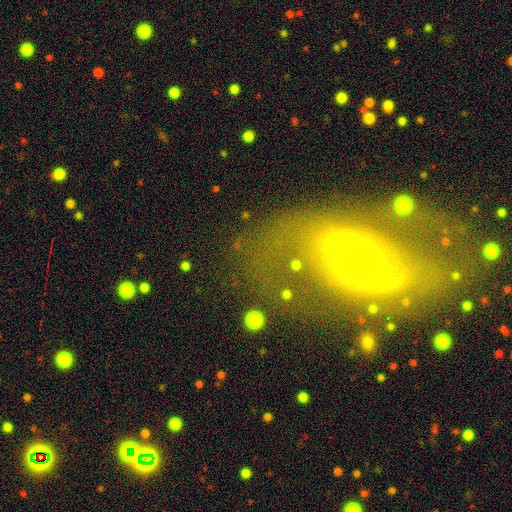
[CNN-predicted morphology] Overall: featured or disk (75%). Edge-on disk: no (95%). Bar: no (66%). Spiral arms: yes (85%). Spiral arm count: 2 (80%). Spiral winding: medium (44%; tight 30%). Bulge size: small (76%). Merging: none (69%).